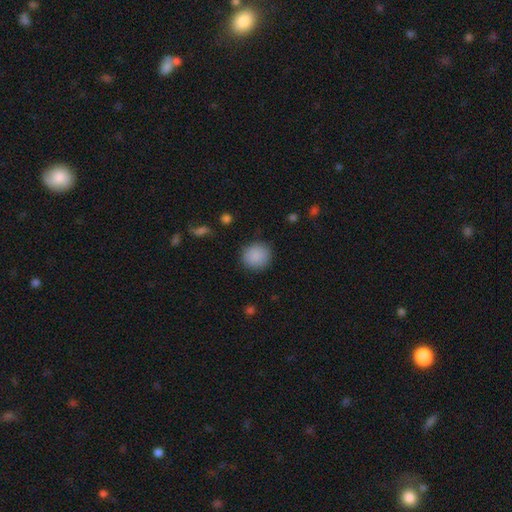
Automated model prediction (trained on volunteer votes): Smooth or featured? smooth (88%)
How rounded? round (88%)
Merging? none (87%)